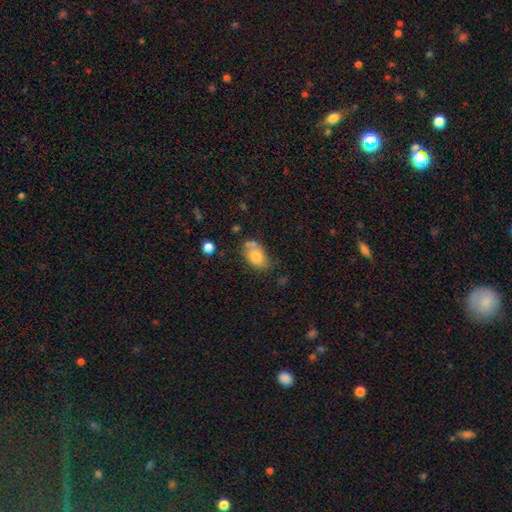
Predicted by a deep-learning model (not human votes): smooth-or-featured: smooth: 76% | featured or disk: 15% | star or artifact: 9%
  how-rounded: in between: 83% | round: 15% | cigar-shaped: 2%
  merging: none: 54% | minor disturbance: 23% | merger: 16% | major disturbance: 7%